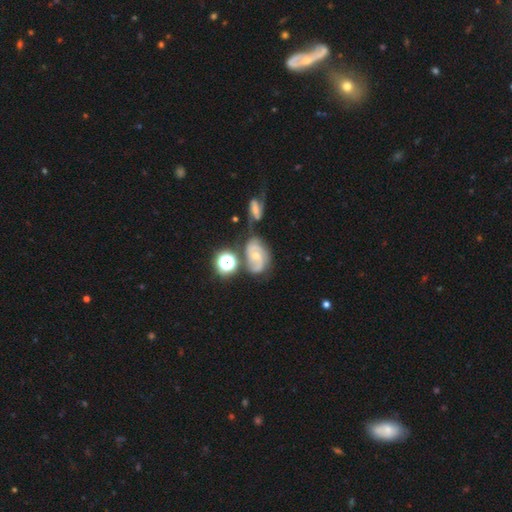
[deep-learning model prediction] This appears to be a featured or disk galaxy (71%) with no bar (60%), 2 (65%) medium (47%) spiral arms (93%) and a small central bulge (56%). Merging: none (48%).